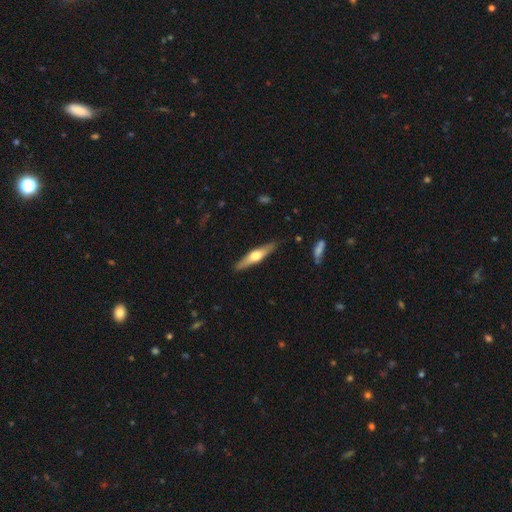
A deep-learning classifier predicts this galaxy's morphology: This appears to be a featured or disk galaxy (56%) viewed edge-on (93%) with a rounded central bulge (92%). Merging: none (87%).